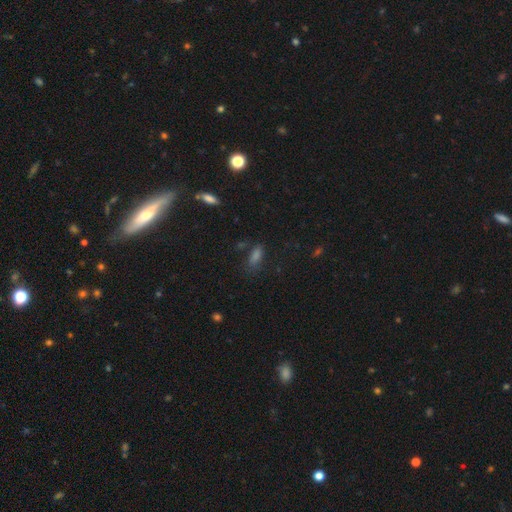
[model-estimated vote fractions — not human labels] Smooth or featured? Predicted: smooth (p=0.61). How rounded? Predicted: in between (p=0.68). Merging? Predicted: none (p=0.63).